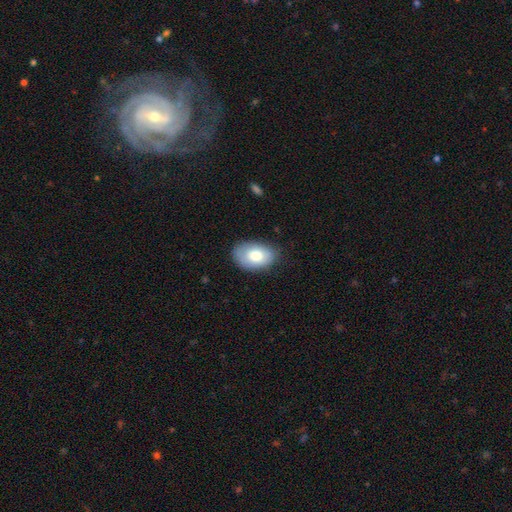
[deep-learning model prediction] Smooth or featured? Predicted: smooth (p=0.78). How rounded? Predicted: in between (p=0.87). Merging? Predicted: none (p=0.77).